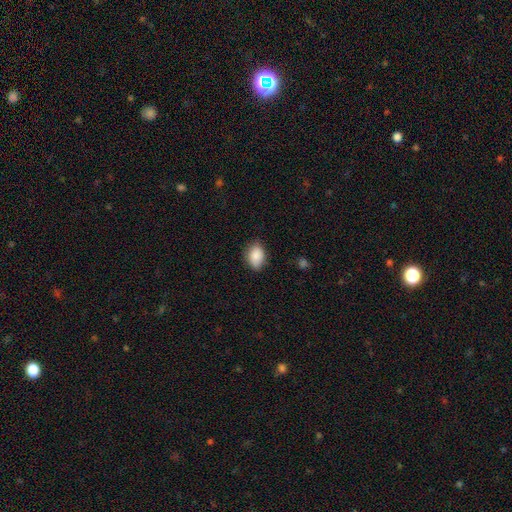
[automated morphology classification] Overall: smooth (87%). How rounded: in between (83%). Merging: none (77%).